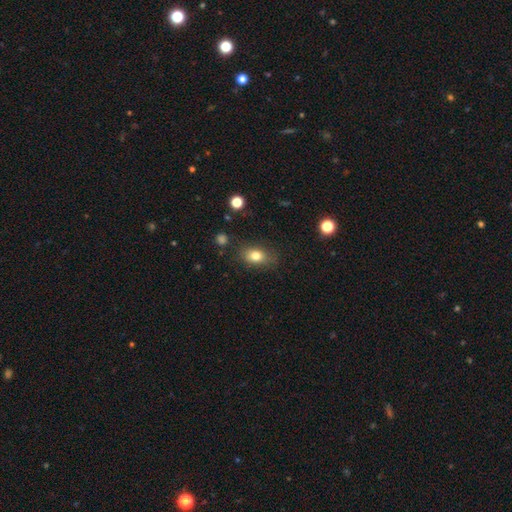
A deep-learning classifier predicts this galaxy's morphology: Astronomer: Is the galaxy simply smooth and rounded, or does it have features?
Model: smooth — 79%.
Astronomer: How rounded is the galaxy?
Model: in between — 78%.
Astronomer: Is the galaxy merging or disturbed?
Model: none — 78%.